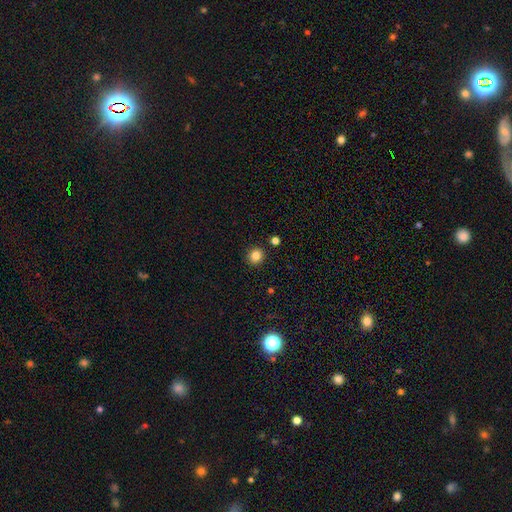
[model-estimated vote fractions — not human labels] Smooth or featured? Predicted: smooth (p=0.83). How rounded? Predicted: round (p=0.87). Merging? Predicted: none (p=0.90).